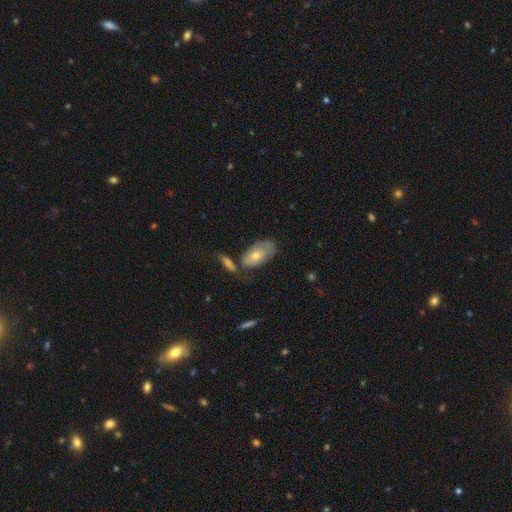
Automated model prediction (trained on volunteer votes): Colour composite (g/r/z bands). It shows a smooth galaxy with no disk features (59%) that is in between round and cigar-shaped (91%). Merging: none (50%).